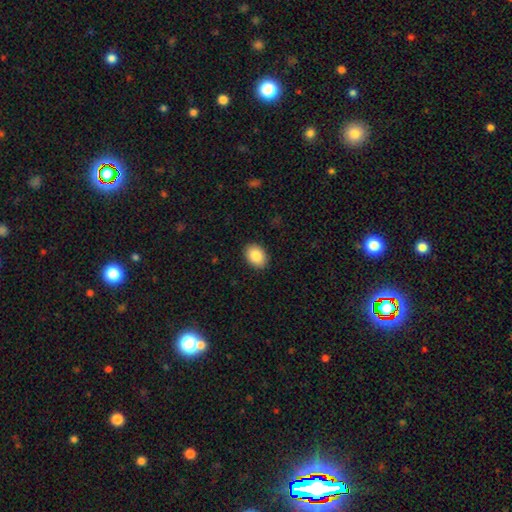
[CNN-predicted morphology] smooth_or_featured: smooth (p=0.86) [alt: star or artifact p=0.08]
how_rounded: in between (p=0.71) [alt: round p=0.28]
merging: none (p=0.90) [alt: minor disturbance p=0.07]